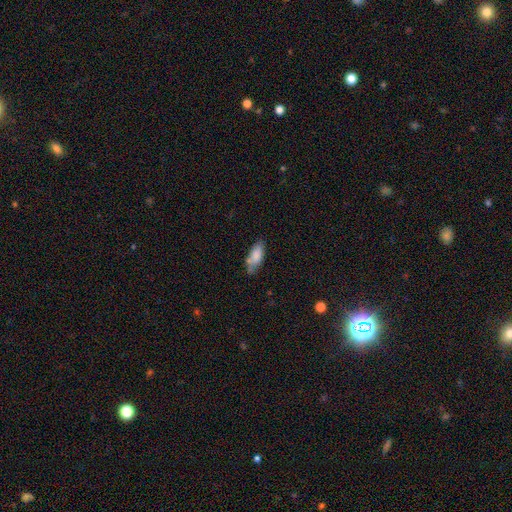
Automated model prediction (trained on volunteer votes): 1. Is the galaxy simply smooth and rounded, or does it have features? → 80% smooth, 13% featured or disk, 7% star or artifact.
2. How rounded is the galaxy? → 78% in between, 19% cigar-shaped, 2% round.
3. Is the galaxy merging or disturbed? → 59% none, 27% minor disturbance, 8% merger, 6% major disturbance.